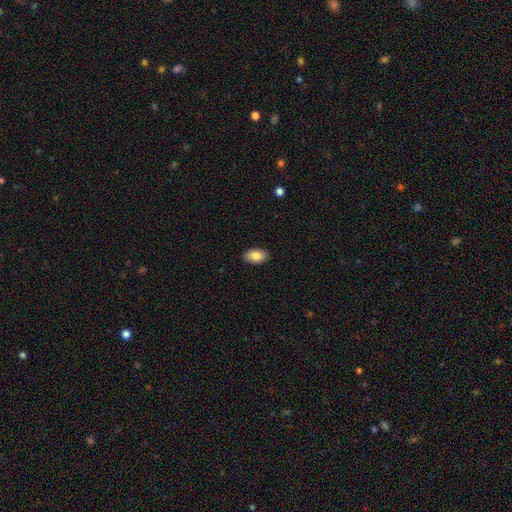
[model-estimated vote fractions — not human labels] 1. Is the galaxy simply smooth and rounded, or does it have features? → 84% smooth, 9% featured or disk, 7% star or artifact.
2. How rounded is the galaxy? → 93% in between, 6% round, 2% cigar-shaped.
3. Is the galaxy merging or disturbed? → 89% none, 9% minor disturbance, 2% major disturbance, 1% merger.